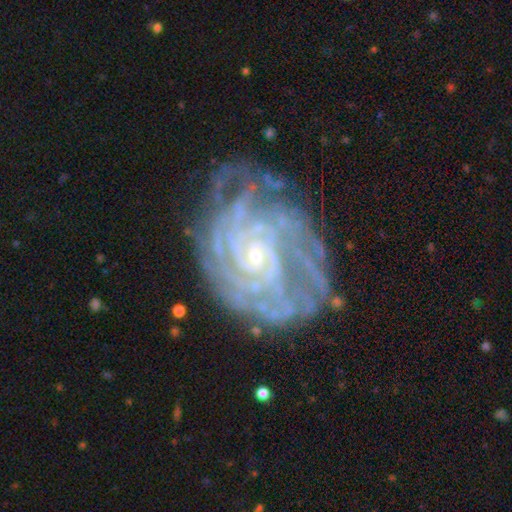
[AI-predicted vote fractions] Smooth or featured? Predicted: featured or disk (p=0.89). Edge-on disk? Predicted: no (p=0.97). Bar? Predicted: no (p=0.69). Spiral arms? Predicted: yes (p=0.97). Spiral winding? Predicted: tight (p=0.79). Spiral arm count? Predicted: can't tell (p=0.26). Bulge size? Predicted: small (p=0.81). Merging? Predicted: none (p=0.69).